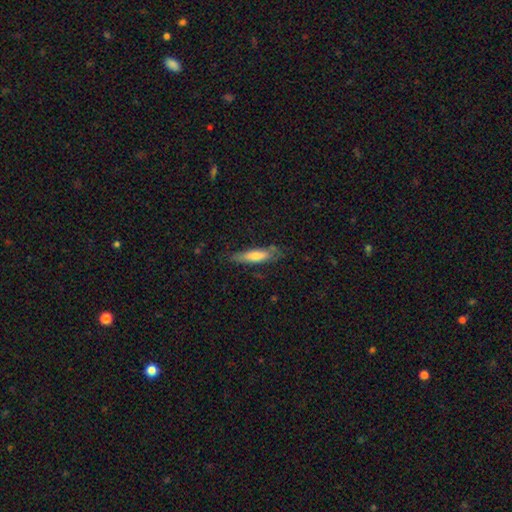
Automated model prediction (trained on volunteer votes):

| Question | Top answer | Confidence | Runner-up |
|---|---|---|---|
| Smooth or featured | smooth | 62% | featured or disk (31%) |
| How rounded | cigar-shaped | 74% | in between (25%) |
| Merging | none | 71% | minor disturbance (21%) |